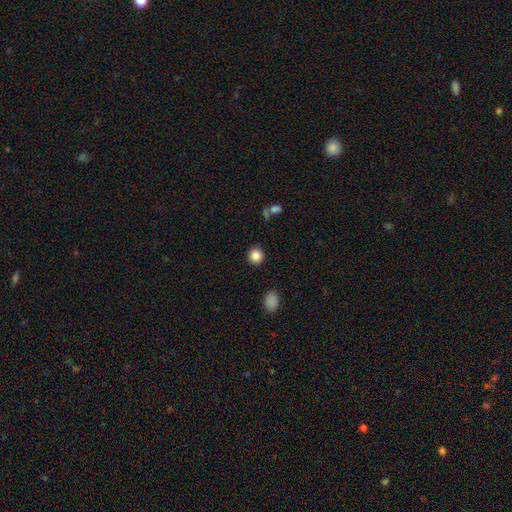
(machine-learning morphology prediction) A smooth galaxy with no disk features (87%) that is round (91%).

Vote fractions:
- Smooth or featured? smooth: 87% / star or artifact: 10% / featured or disk: 4%
- How rounded? round: 91% / in between: 8% / cigar-shaped: 1%
- Merging? none: 91% / minor disturbance: 5% / major disturbance: 2% / merger: 2%